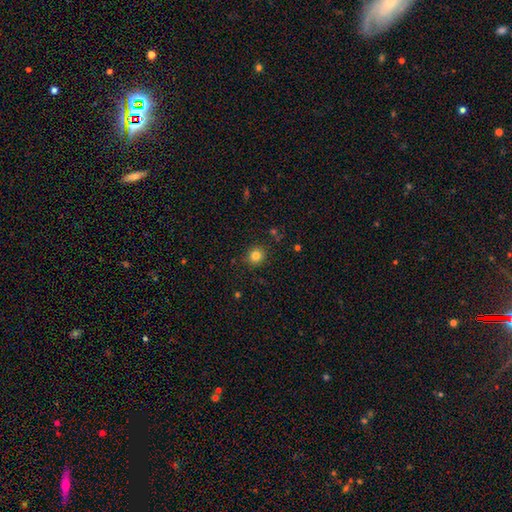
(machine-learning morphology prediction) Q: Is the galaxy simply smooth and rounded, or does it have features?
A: smooth — 82%.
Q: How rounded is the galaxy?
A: round — 90%.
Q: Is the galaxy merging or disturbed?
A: none — 88%.